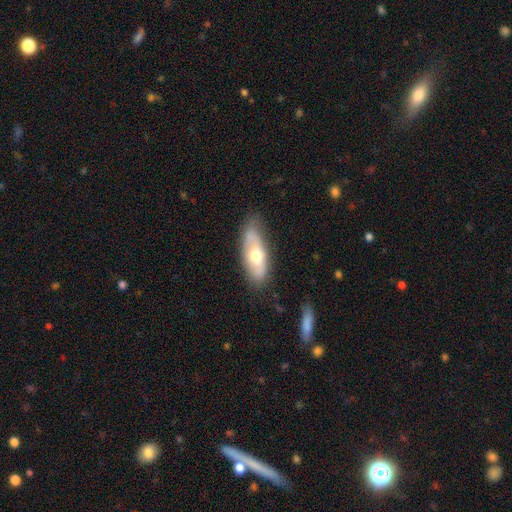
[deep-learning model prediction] smooth 56%, featured or disk 38%, star or artifact 6%. Down the decision tree: how rounded — in between (79%); merging — none (71%).